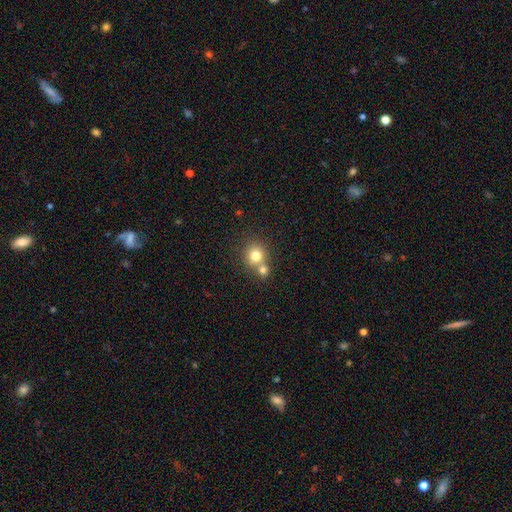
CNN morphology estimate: Q: Smooth or featured?
A: smooth (78%); runner-up: star or artifact (12%)
Q: How rounded?
A: round (86%); runner-up: in between (13%)
Q: Merging?
A: none (48%); runner-up: merger (43%)